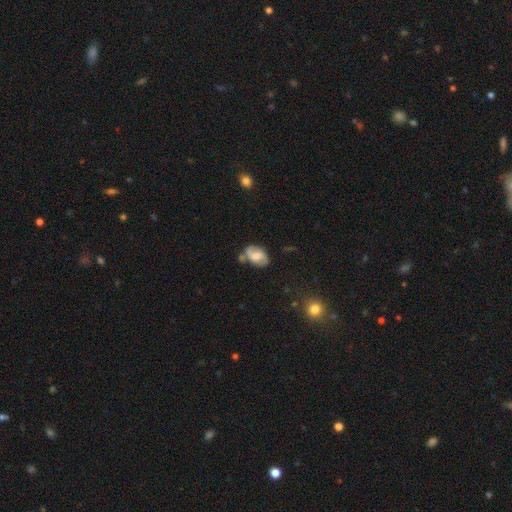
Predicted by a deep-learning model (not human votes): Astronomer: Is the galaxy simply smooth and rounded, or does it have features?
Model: featured or disk — 60%.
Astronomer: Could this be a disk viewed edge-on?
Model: no — 97%.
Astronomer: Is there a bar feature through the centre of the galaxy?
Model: no — 45% (runner-up: weak, 43%).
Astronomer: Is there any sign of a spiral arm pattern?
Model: yes — 87%.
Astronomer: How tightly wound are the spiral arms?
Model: medium — 47% (runner-up: loose, 30%).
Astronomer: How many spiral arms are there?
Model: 2 — 85%.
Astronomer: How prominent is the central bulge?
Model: moderate — 36% (runner-up: small, 22%).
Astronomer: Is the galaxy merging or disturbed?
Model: none — 57%.